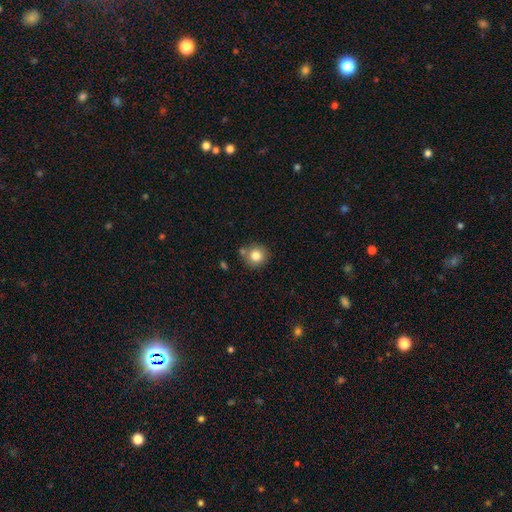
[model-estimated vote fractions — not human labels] This is clearly a smooth galaxy (81%). How rounded: clearly round (91%). Merging: likely none (72%).